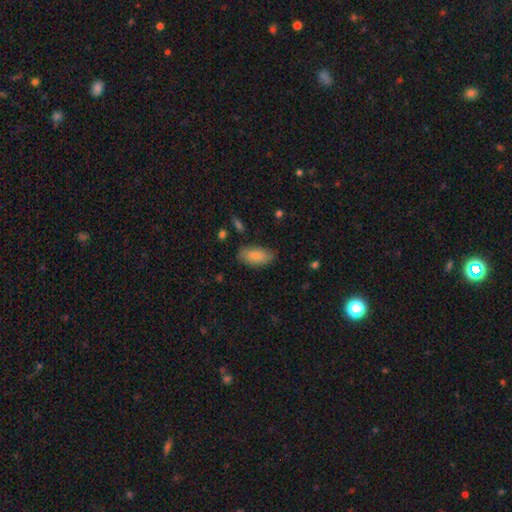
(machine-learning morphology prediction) A smooth galaxy with no disk features (83%) that is in between round and cigar-shaped (92%). Merging: none (77%).